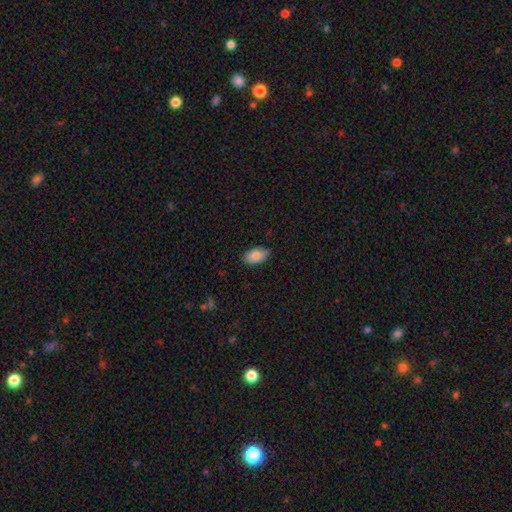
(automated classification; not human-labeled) Smooth or featured? smooth (88%)
How rounded? in between (94%)
Merging? none (87%)